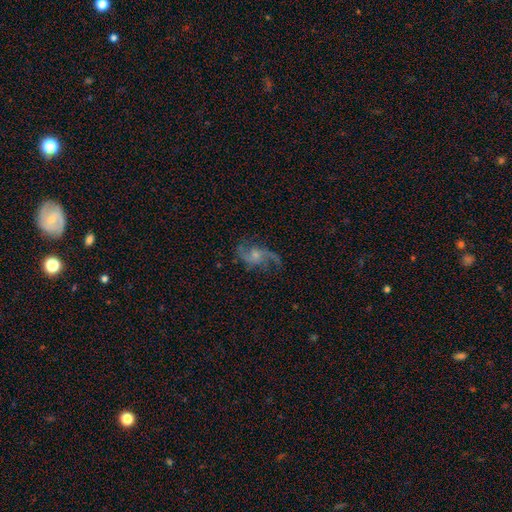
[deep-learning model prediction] Q: Smooth or featured?
A: featured or disk (83%); runner-up: smooth (10%)
Q: Edge-on disk?
A: no (97%); runner-up: yes (3%)
Q: Bar?
A: no (65%); runner-up: weak (30%)
Q: Spiral arms?
A: yes (94%); runner-up: no (6%)
Q: Spiral winding?
A: loose (69%); runner-up: medium (26%)
Q: Spiral arm count?
A: 2 (86%); runner-up: can't tell (4%)
Q: Bulge size?
A: small (48%); runner-up: moderate (36%)
Q: Merging?
A: none (65%); runner-up: minor disturbance (18%)